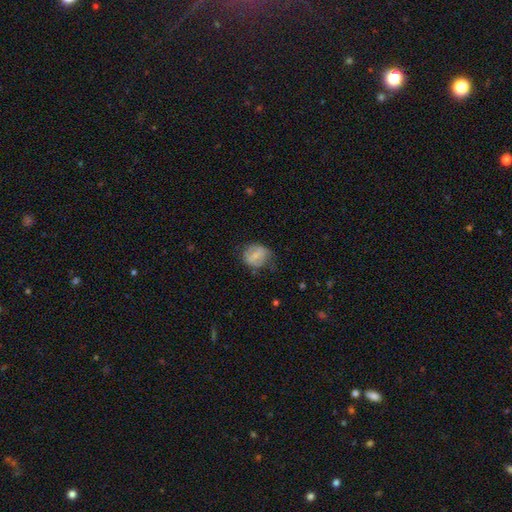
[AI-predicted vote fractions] Morphology: type=smooth (55%); roundness=round (71%); merging=none (58%).